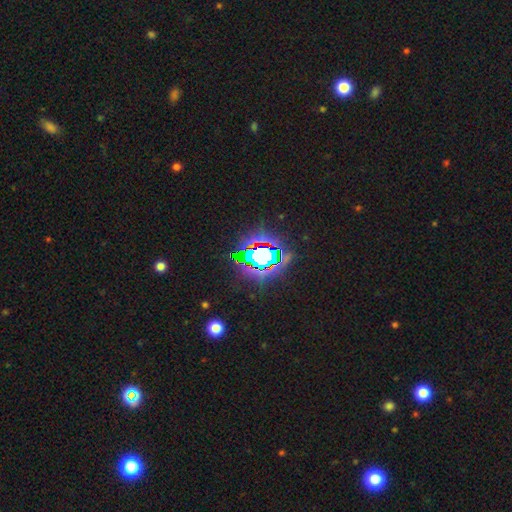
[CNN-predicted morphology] Smooth or featured? star or artifact (72%)